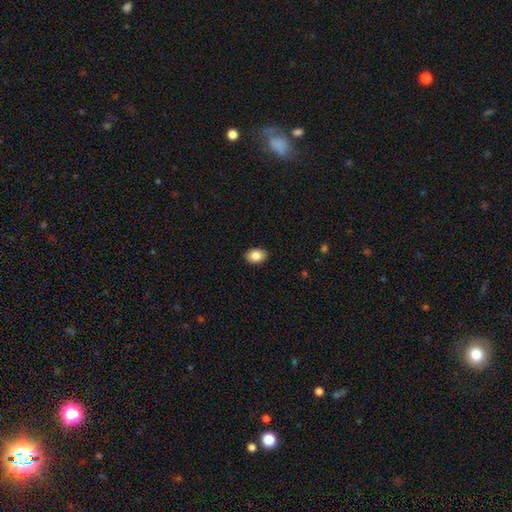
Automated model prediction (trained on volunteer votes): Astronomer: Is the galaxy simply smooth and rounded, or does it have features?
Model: smooth — 86%.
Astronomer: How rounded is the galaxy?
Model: in between — 78%.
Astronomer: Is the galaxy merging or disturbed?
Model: none — 89%.